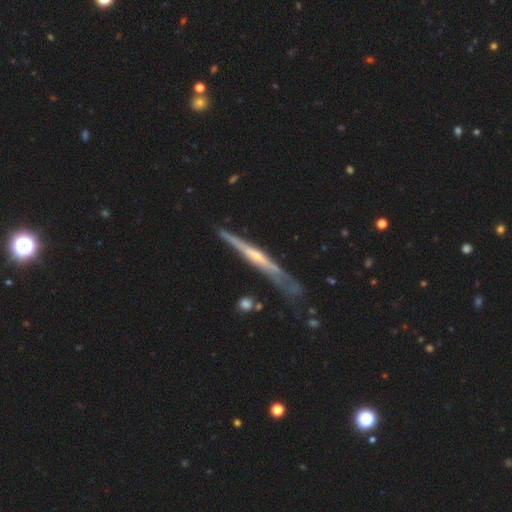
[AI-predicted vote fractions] featured or disk 77%, smooth 18%, star or artifact 5%. Down the decision tree: edge-on disk — yes (95%); edge-on bulge — rounded (62%); merging — none (75%).